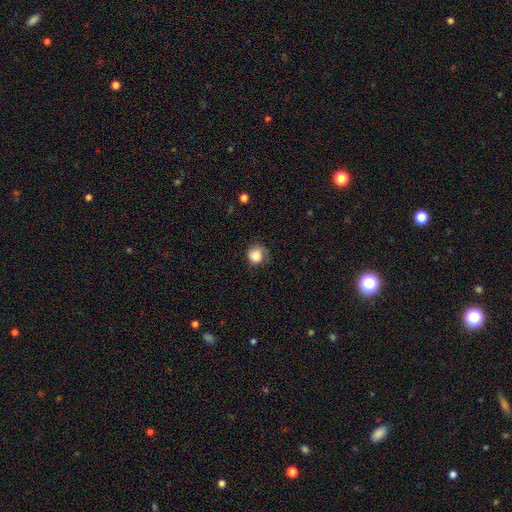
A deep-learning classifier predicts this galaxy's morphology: smooth-or-featured: smooth: 82% | featured or disk: 10% | star or artifact: 8%
  how-rounded: round: 85% | in between: 14% | cigar-shaped: 1%
  merging: none: 56% | minor disturbance: 28% | major disturbance: 14% | merger: 1%